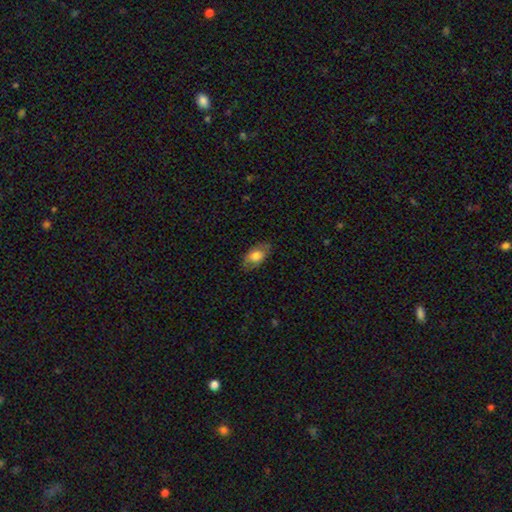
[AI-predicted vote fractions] Q: Smooth or featured?
A: smooth (70%); runner-up: featured or disk (23%)
Q: How rounded?
A: in between (90%); runner-up: round (7%)
Q: Merging?
A: none (76%); runner-up: minor disturbance (18%)